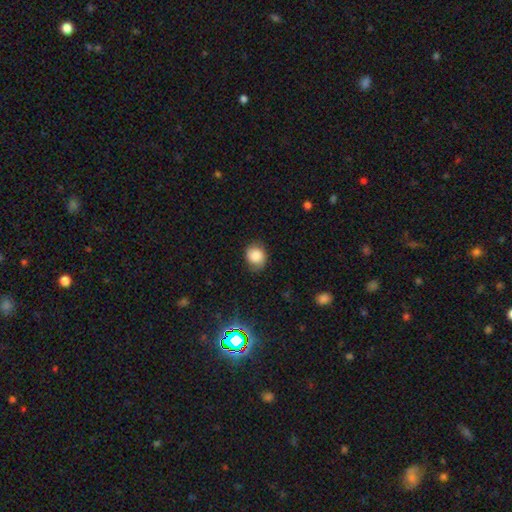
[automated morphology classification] A smooth galaxy with no disk features (74%) that is round (68%). Merging: none (68%).